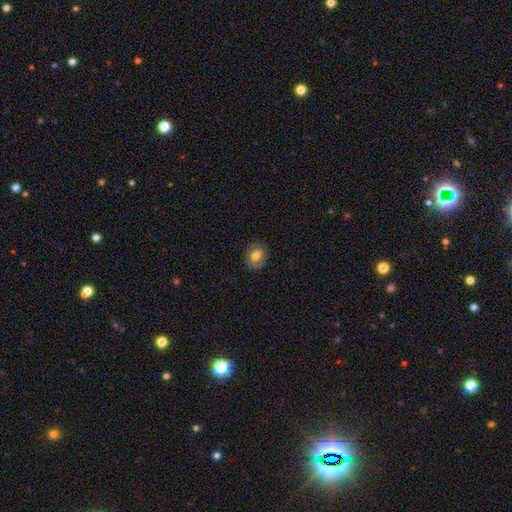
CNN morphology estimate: Smooth or featured?
  - smooth: 68% *
  - featured or disk: 24%
  - star or artifact: 8%
How rounded?
  - round: 62% *
  - in between: 37%
  - cigar-shaped: 1%
Merging?
  - none: 84% *
  - minor disturbance: 12%
  - major disturbance: 3%
  - merger: 1%